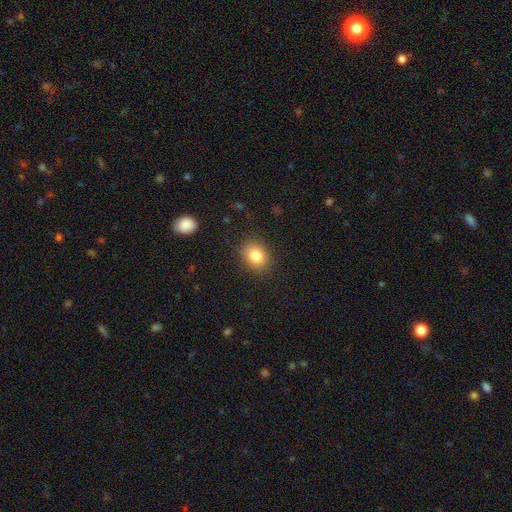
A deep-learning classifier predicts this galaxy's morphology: type=smooth (82%); roundness=round (51%); merging=none (87%).